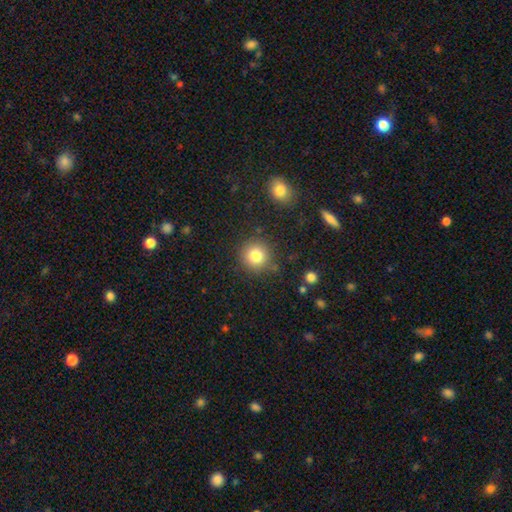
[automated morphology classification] Smooth or featured: smooth — 81% (star or artifact — 11%)
How rounded: round — 93% (in between — 6%)
Merging: none — 85% (minor disturbance — 9%)